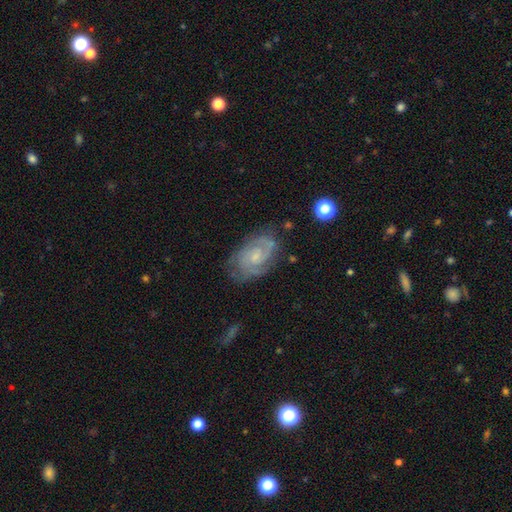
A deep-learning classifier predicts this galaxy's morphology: featured or disk 81%, smooth 12%, star or artifact 7%. Down the decision tree: edge-on disk — no (97%); bar — no (63%); spiral arms — yes (94%); spiral arm count — 2 (60%); spiral winding — tight (51%); bulge size — small (57%); merging — none (72%).